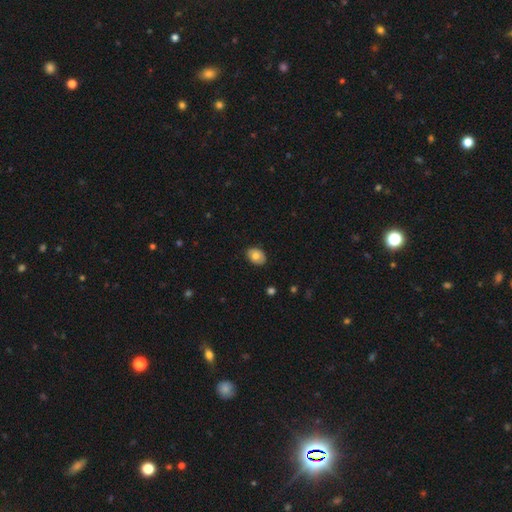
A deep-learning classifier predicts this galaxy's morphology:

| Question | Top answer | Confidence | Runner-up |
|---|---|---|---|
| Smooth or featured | smooth | 76% | featured or disk (17%) |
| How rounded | in between | 66% | round (33%) |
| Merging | none | 85% | minor disturbance (12%) |